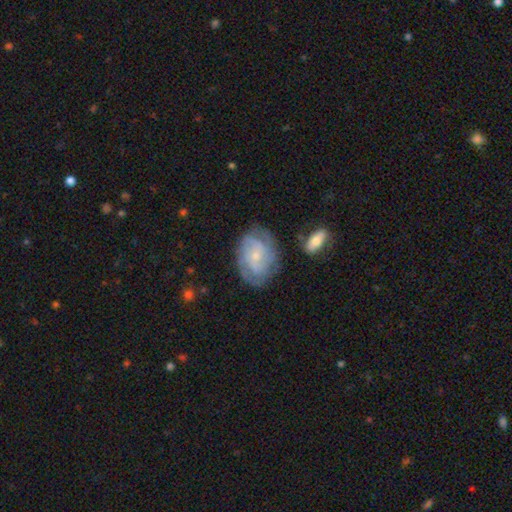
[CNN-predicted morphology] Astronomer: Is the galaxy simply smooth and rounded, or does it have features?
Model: featured or disk — 73%.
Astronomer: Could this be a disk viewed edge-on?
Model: no — 97%.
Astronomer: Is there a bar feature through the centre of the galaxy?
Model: no — 66%.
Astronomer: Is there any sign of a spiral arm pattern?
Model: yes — 90%.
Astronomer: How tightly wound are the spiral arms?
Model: tight — 54% (runner-up: medium, 35%).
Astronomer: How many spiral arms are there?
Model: can't tell — 37% (runner-up: 2, 29%).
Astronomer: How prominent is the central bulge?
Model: small — 75%.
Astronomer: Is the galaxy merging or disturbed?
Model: none — 71%.